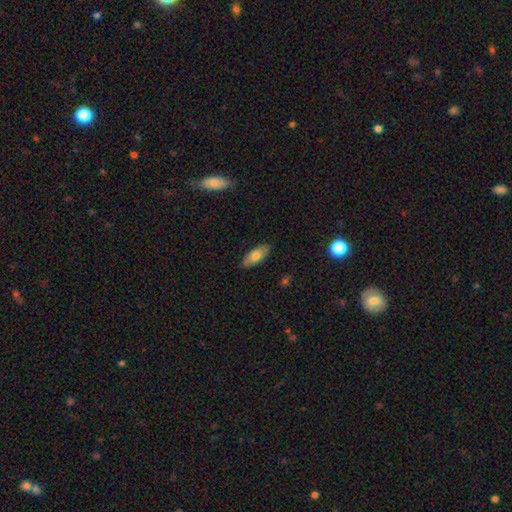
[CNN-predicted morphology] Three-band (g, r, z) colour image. It shows a smooth galaxy with no disk features (73%) that is in between round and cigar-shaped (84%). Merging: none (86%).